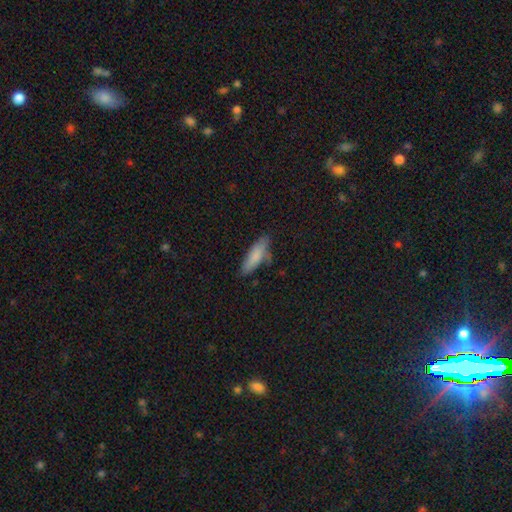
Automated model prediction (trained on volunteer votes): A smooth galaxy with no disk features (79%) that is cigar-shaped (51%).

Vote fractions:
- Smooth or featured? smooth: 79% / featured or disk: 14% / star or artifact: 7%
- How rounded? cigar-shaped: 51% / in between: 47% / round: 2%
- Merging? none: 66% / minor disturbance: 23% / major disturbance: 5% / merger: 5%